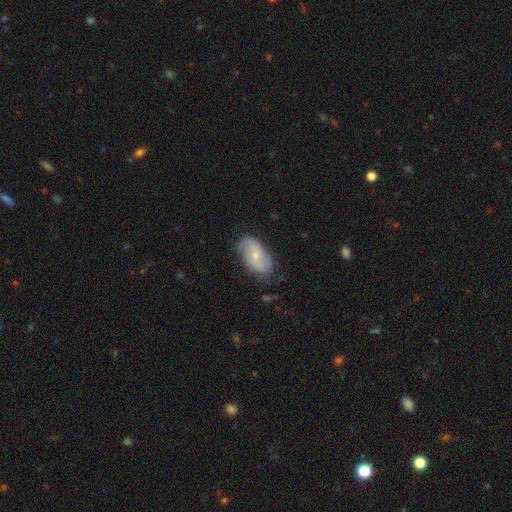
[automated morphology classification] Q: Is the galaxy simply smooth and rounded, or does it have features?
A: featured or disk — 51%.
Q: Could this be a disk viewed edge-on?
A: no — 95%.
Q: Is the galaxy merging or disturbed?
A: none — 67%.